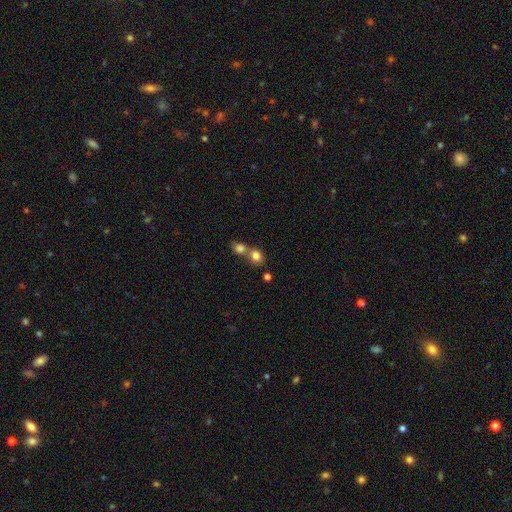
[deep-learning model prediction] A smooth galaxy with no disk features (82%) that is round (65%). Merging: merger (55%).